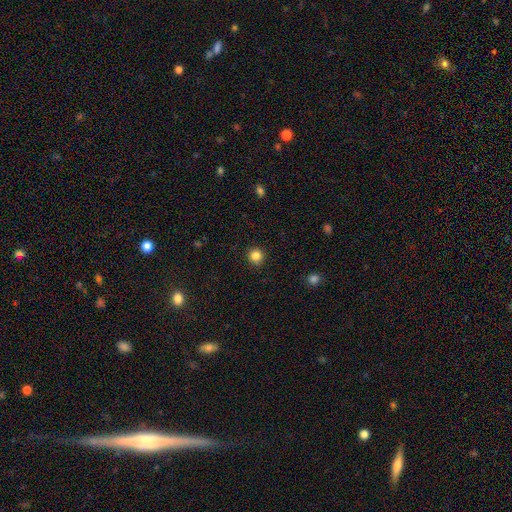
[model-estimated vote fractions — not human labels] smooth-or-featured: smooth: 84% | star or artifact: 12% | featured or disk: 4%
  how-rounded: round: 93% | in between: 6% | cigar-shaped: 1%
  merging: none: 91% | minor disturbance: 7% | major disturbance: 2% | merger: 1%